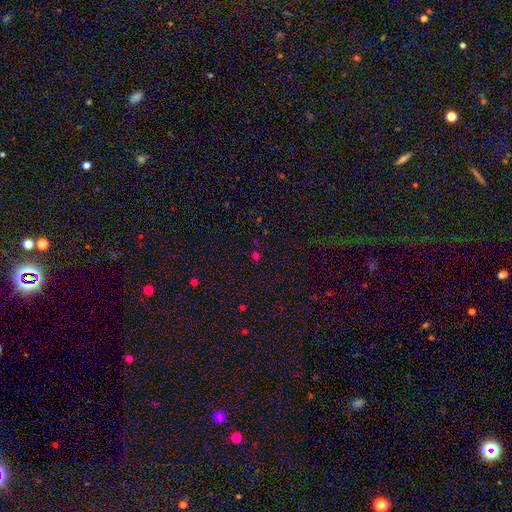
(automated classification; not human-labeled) Overall: smooth (49%; star or artifact 45%). Merging: none (75%).